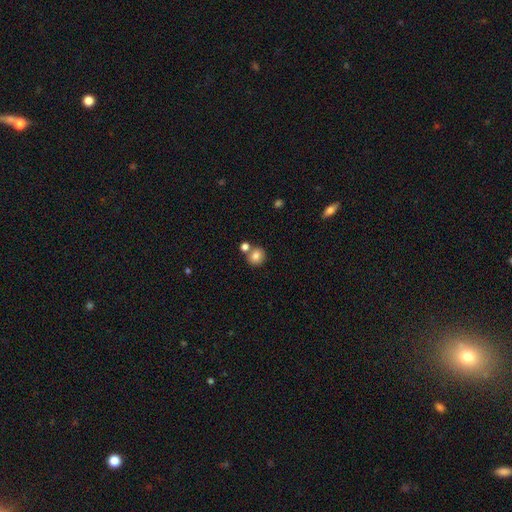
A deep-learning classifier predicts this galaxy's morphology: A smooth galaxy with no disk features (82%) that is round (83%).

Vote fractions:
- Smooth or featured? smooth: 82% / star or artifact: 10% / featured or disk: 7%
- How rounded? round: 83% / in between: 16% / cigar-shaped: 1%
- Merging? none: 66% / merger: 22% / minor disturbance: 9% / major disturbance: 3%